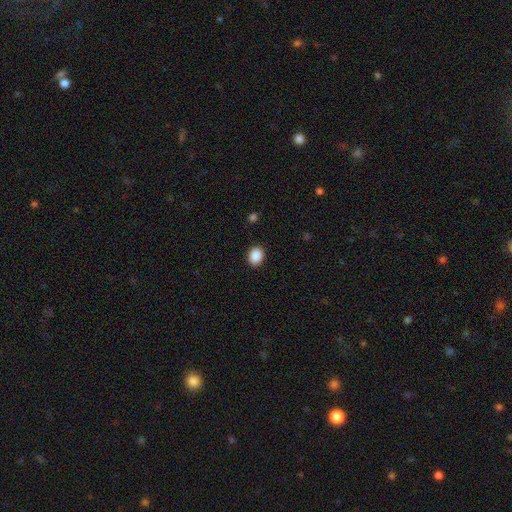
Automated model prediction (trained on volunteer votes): Q: Smooth or featured?
A: smooth (89%); runner-up: star or artifact (8%)
Q: How rounded?
A: round (56%); runner-up: in between (43%)
Q: Merging?
A: none (90%); runner-up: minor disturbance (7%)